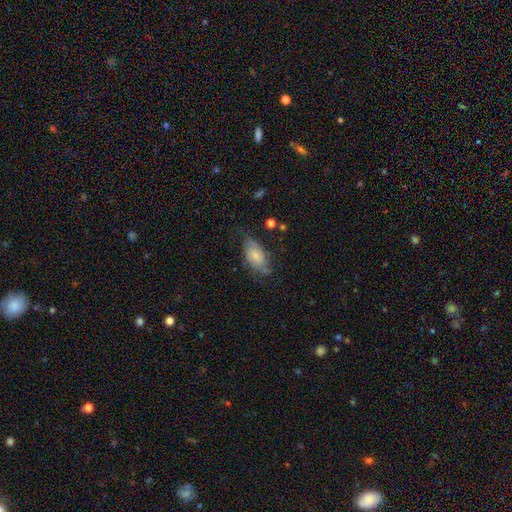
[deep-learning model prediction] Smooth or featured: smooth — 52% (featured or disk — 41%)
How rounded: in between — 90% (round — 5%)
Merging: none — 52% (minor disturbance — 31%)